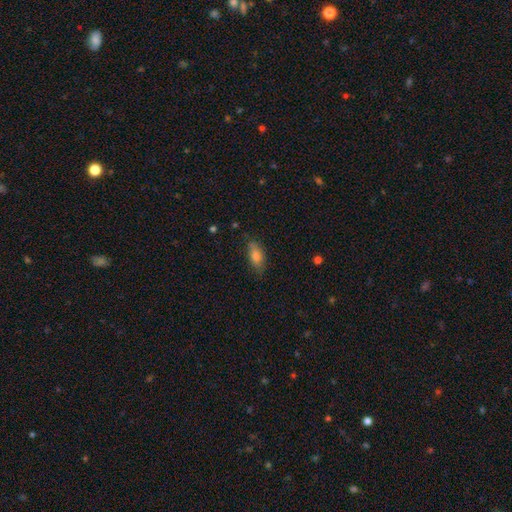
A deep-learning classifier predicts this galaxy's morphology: A smooth galaxy with no disk features (71%) that is in between round and cigar-shaped (75%).

Vote fractions:
- Smooth or featured? smooth: 71% / featured or disk: 19% / star or artifact: 10%
- How rounded? in between: 75% / cigar-shaped: 21% / round: 4%
- Merging? none: 76% / minor disturbance: 18% / major disturbance: 4% / merger: 1%